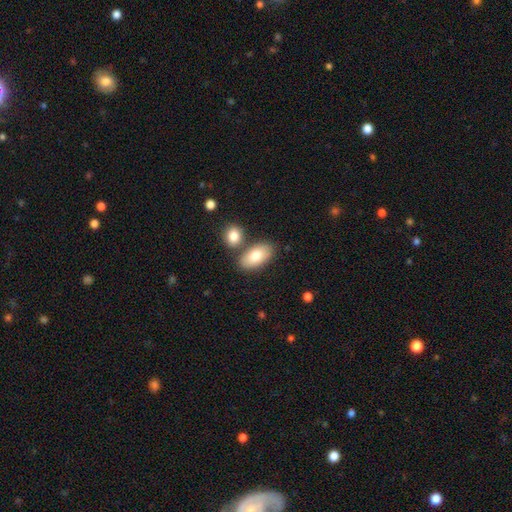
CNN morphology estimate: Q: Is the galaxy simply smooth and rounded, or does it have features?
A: smooth — 79%.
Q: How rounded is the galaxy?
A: in between — 93%.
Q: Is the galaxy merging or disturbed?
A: none — 67%.